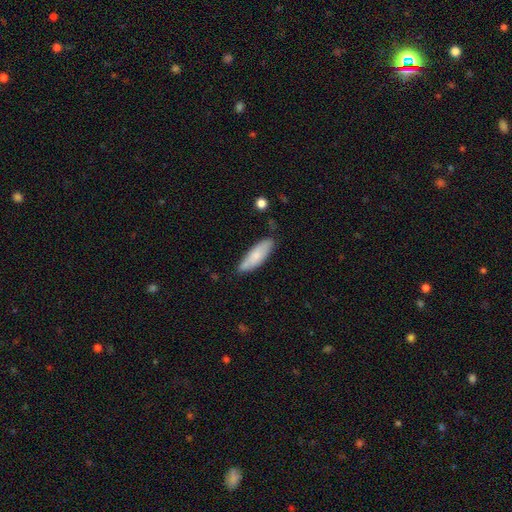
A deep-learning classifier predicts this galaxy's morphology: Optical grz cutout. It shows a smooth galaxy with no disk features (77%) that is in between round and cigar-shaped (53%). Merging: none (76%).